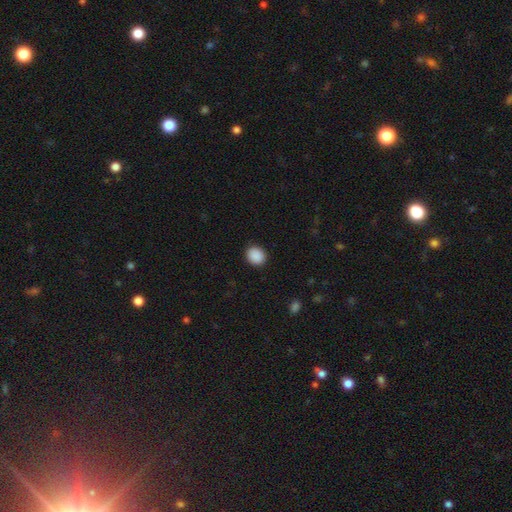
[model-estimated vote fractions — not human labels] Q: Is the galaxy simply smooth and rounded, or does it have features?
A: smooth — 90%.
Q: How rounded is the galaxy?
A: round — 67%.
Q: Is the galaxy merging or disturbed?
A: none — 90%.